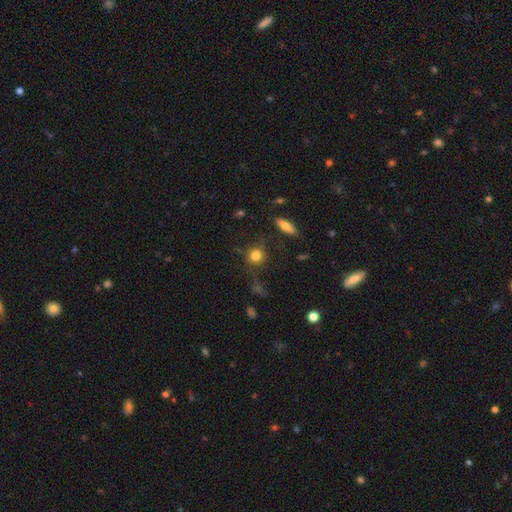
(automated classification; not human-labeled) This appears to be a smooth galaxy with no disk features (78%) that is round (80%). Merging: none (70%).